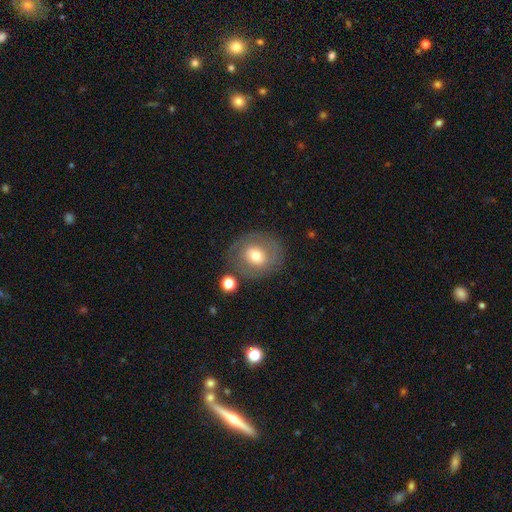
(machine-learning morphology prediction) smooth 54%, featured or disk 37%, star or artifact 9%. Down the decision tree: how rounded — round (77%); merging — none (76%).